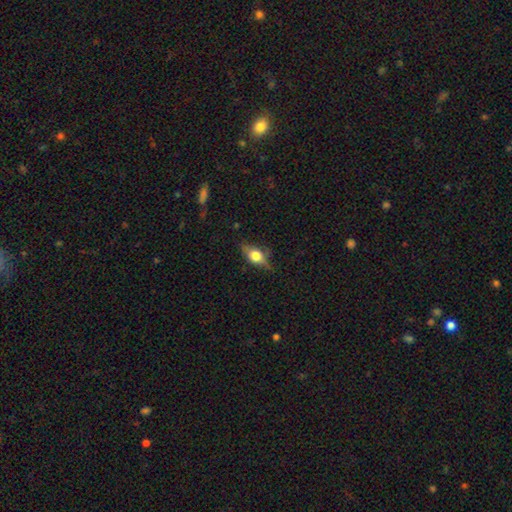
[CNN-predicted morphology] Smooth or featured? smooth (55%)
How rounded? in between (75%)
Merging? none (67%)